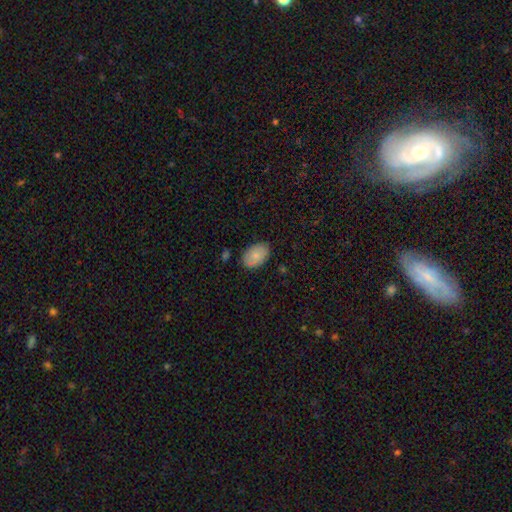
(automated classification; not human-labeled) Smooth or featured? Predicted: smooth (p=0.80). How rounded? Predicted: in between (p=0.90). Merging? Predicted: none (p=0.83).